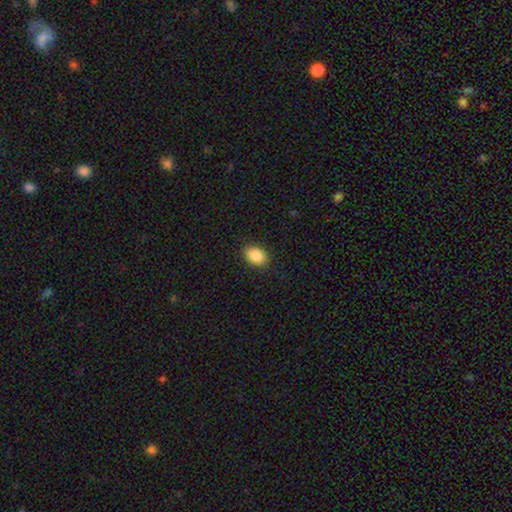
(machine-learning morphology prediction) Smooth or featured: smooth — 88% (star or artifact — 8%)
How rounded: in between — 80% (round — 19%)
Merging: none — 88% (minor disturbance — 9%)